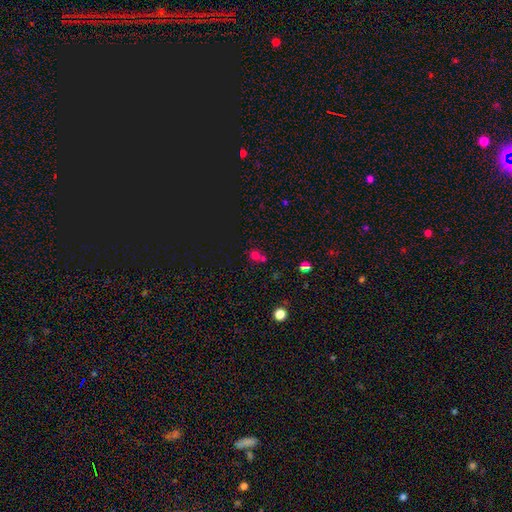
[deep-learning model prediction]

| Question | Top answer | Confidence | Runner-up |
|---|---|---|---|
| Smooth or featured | smooth | 59% | star or artifact (32%) |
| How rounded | round | 73% | in between (25%) |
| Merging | none | 46% | merger (40%) |